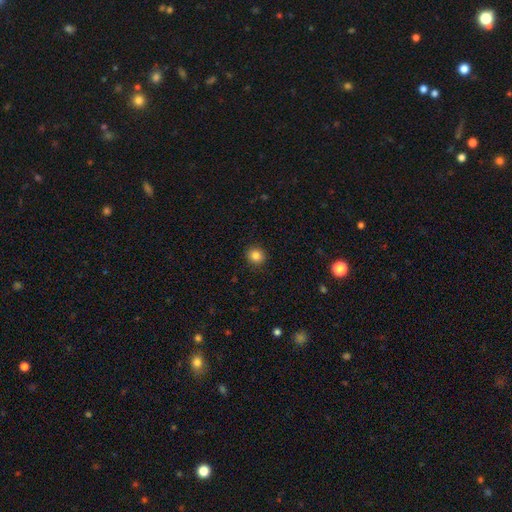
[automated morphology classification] A smooth galaxy with no disk features (84%) that is round (89%).

Vote fractions:
- Smooth or featured? smooth: 84% / star or artifact: 11% / featured or disk: 5%
- How rounded? round: 89% / in between: 10% / cigar-shaped: 1%
- Merging? none: 91% / minor disturbance: 6% / major disturbance: 2% / merger: 1%